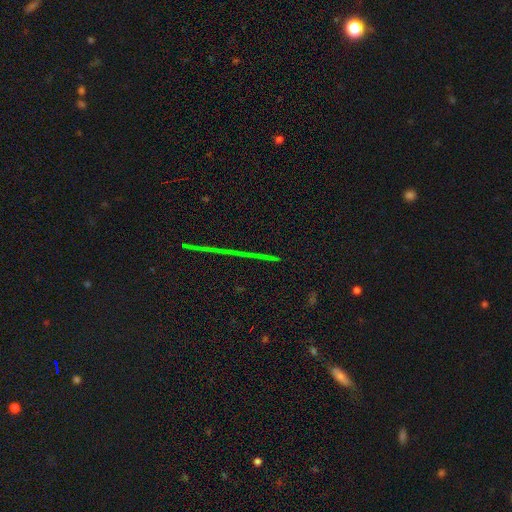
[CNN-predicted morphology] Smooth or featured?
  - star or artifact: 77% *
  - featured or disk: 15%
  - smooth: 8%